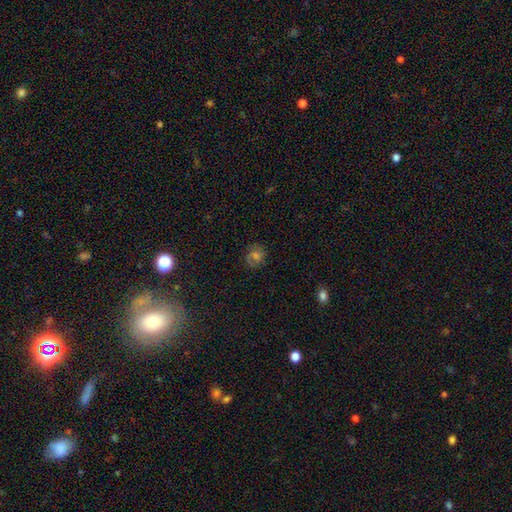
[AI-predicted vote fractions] smooth 49%, star or artifact 26%, featured or disk 25%. Down the decision tree: merging — none (75%).